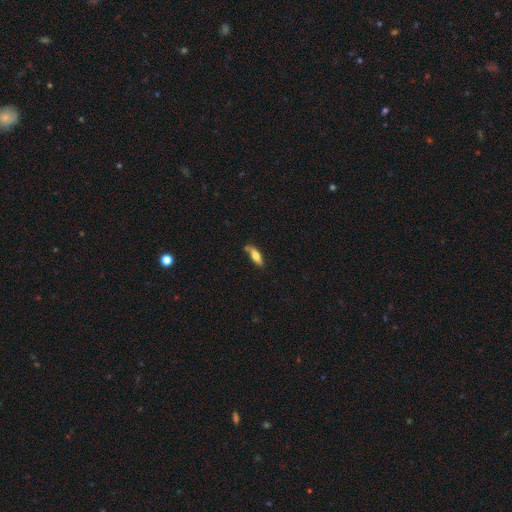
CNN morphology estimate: Smooth or featured? smooth (71%)
How rounded? in between (53%)
Merging? none (67%)